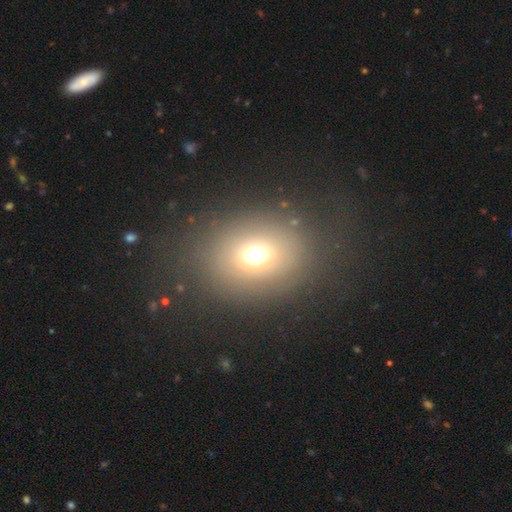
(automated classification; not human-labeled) The model was most divided on "how rounded": round: 51%, in between: 48%, cigar-shaped: 1%. More confident: merging — none (77%); smooth or featured — smooth (66%).